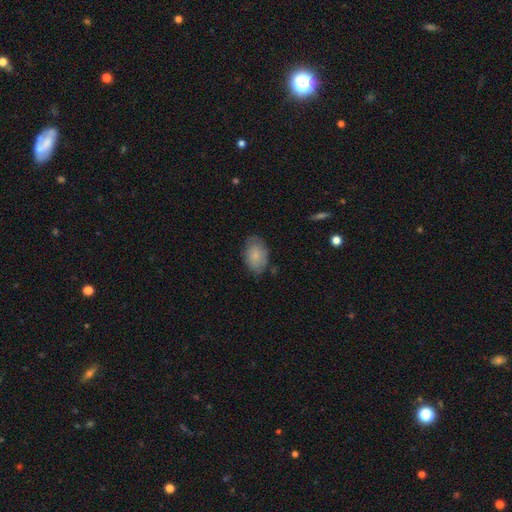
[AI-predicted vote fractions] smooth 79%, featured or disk 14%, star or artifact 7%. Down the decision tree: how rounded — in between (88%); merging — none (72%).